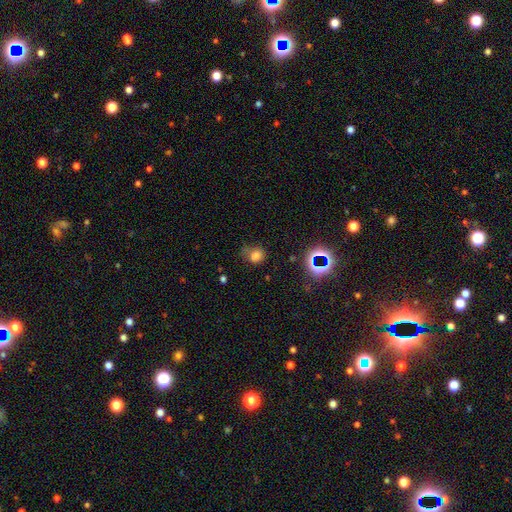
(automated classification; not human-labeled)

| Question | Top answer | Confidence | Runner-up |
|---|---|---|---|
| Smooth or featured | smooth | 73% | star or artifact (17%) |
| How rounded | round | 64% | in between (35%) |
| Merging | none | 56% | minor disturbance (27%) |